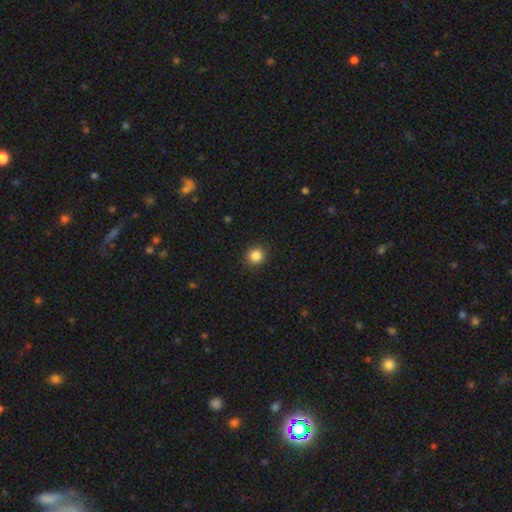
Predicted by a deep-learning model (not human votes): Smooth or featured? smooth (86%)
How rounded? round (91%)
Merging? none (92%)